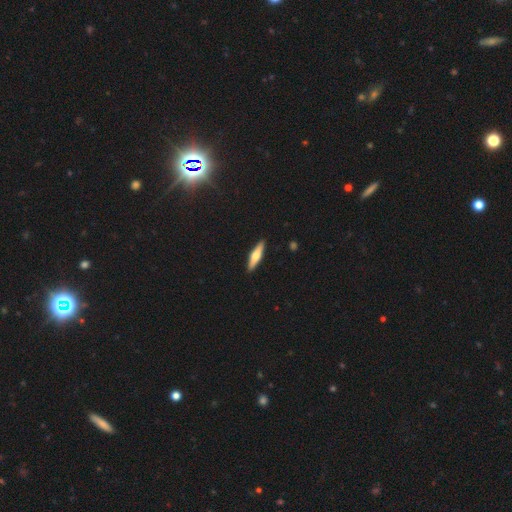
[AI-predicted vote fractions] smooth 49%, featured or disk 46%, star or artifact 5%. Down the decision tree: merging — none (91%).